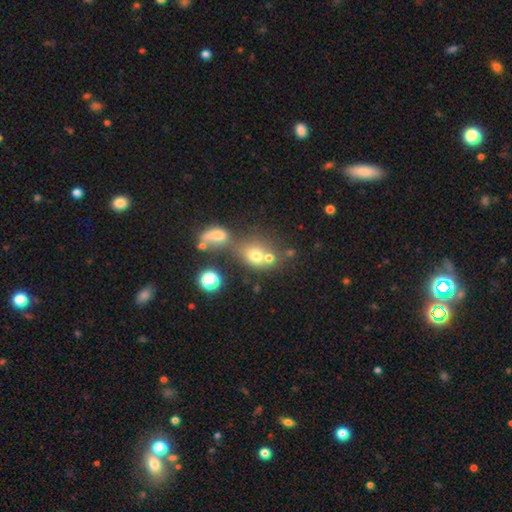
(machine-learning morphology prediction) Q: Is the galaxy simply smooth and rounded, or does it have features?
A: smooth — 66%.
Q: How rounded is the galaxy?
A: round — 60%.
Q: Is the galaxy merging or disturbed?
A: merger — 44%.